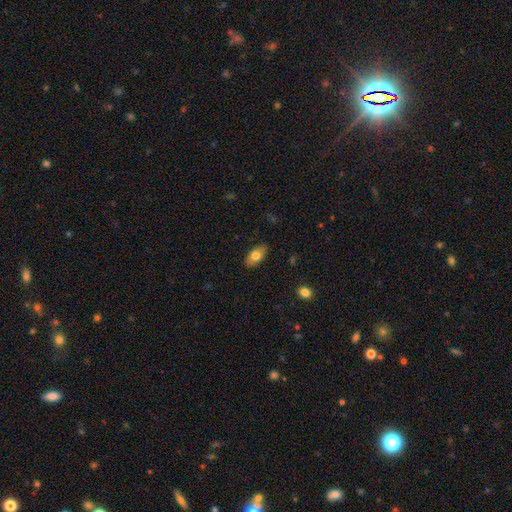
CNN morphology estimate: Smooth or featured? smooth (76%)
How rounded? in between (92%)
Merging? none (88%)